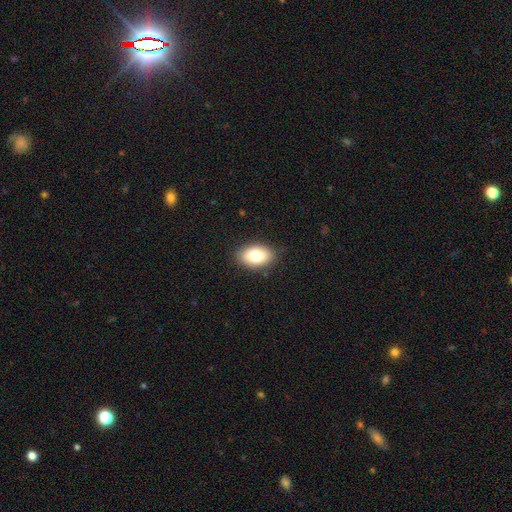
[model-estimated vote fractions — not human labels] A smooth galaxy with no disk features (80%) that is in between round and cigar-shaped (90%).

Vote fractions:
- Smooth or featured? smooth: 80% / featured or disk: 12% / star or artifact: 8%
- How rounded? in between: 90% / round: 9% / cigar-shaped: 1%
- Merging? none: 87% / minor disturbance: 10% / major disturbance: 2% / merger: 1%